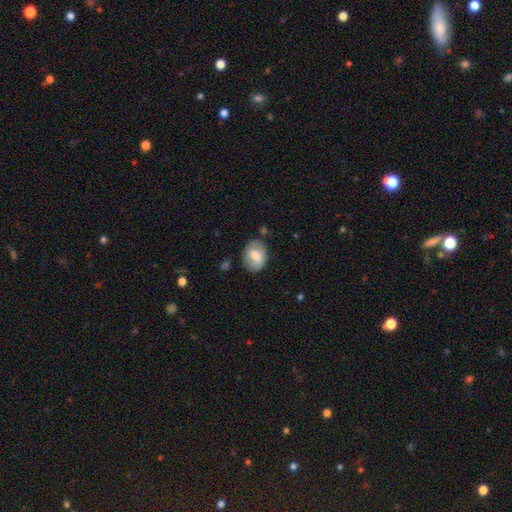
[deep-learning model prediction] smooth-or-featured: smooth: 65% | featured or disk: 29% | star or artifact: 7%
  how-rounded: in between: 75% | round: 24% | cigar-shaped: 1%
  merging: none: 71% | minor disturbance: 20% | major disturbance: 6% | merger: 3%